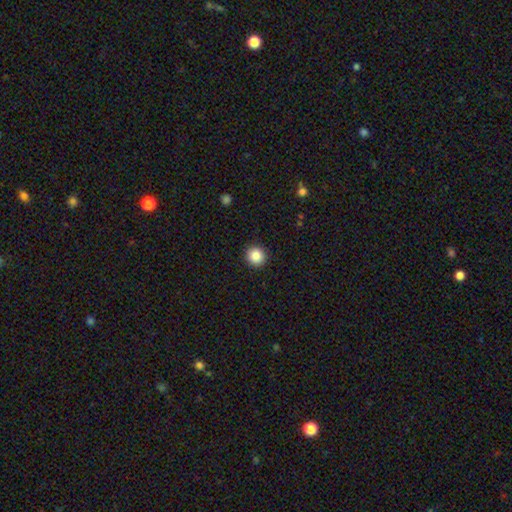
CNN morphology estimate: smooth 86%, star or artifact 9%, featured or disk 4%. Down the decision tree: how rounded — round (93%); merging — none (92%).